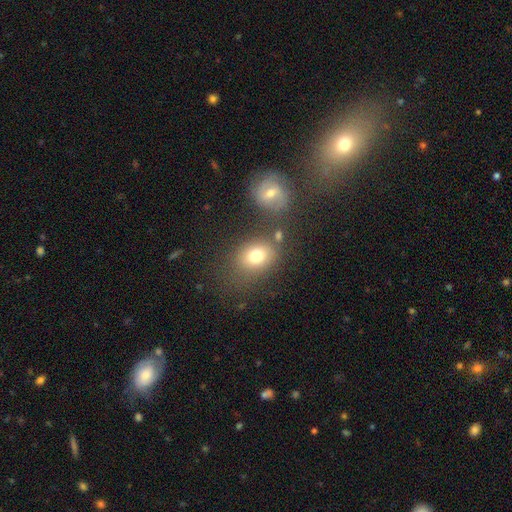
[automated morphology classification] Smooth or featured? Predicted: smooth (p=0.74). How rounded? Predicted: in between (p=0.54). Merging? Predicted: none (p=0.63).